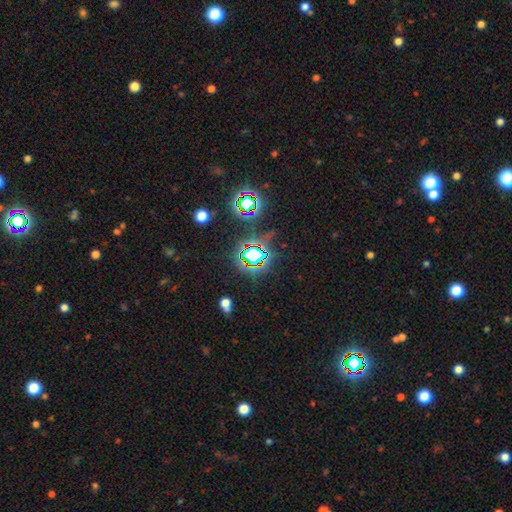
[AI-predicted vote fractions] smooth_or_featured: star or artifact (p=0.70) [alt: smooth p=0.18]